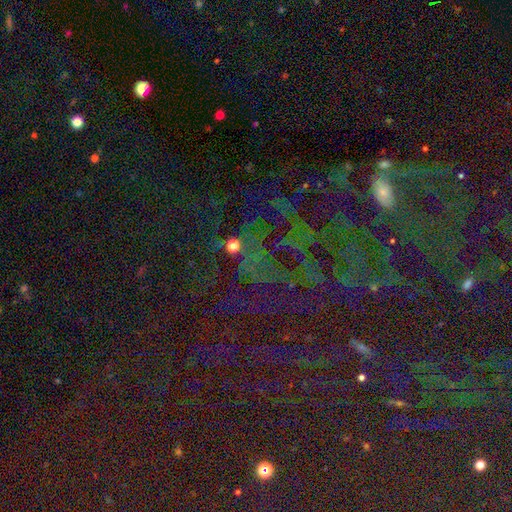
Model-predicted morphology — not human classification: star or artifact 76%, smooth 12%, featured or disk 11%.